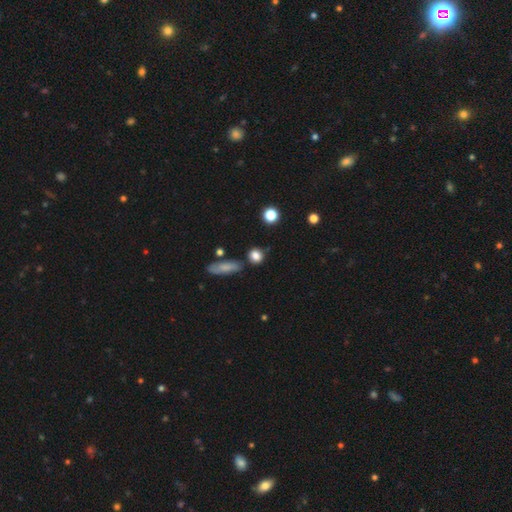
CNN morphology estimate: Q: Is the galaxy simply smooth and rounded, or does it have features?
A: smooth — 83%.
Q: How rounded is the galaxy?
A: round — 72%.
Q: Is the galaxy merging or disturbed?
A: none — 74%.